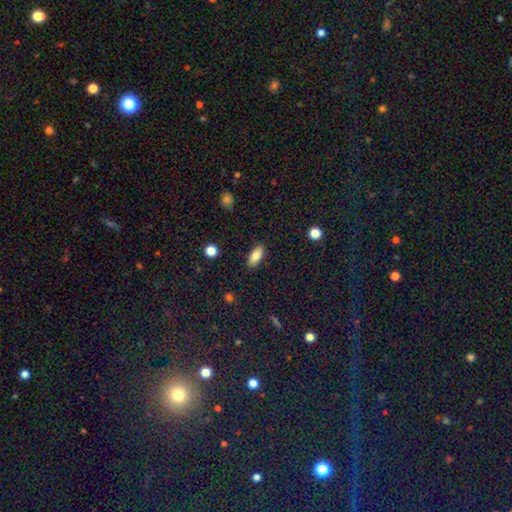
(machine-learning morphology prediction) A smooth galaxy with no disk features (83%) that is in between round and cigar-shaped (84%).

Vote fractions:
- Smooth or featured? smooth: 83% / featured or disk: 9% / star or artifact: 8%
- How rounded? in between: 84% / cigar-shaped: 13% / round: 3%
- Merging? none: 88% / minor disturbance: 9% / major disturbance: 2% / merger: 1%